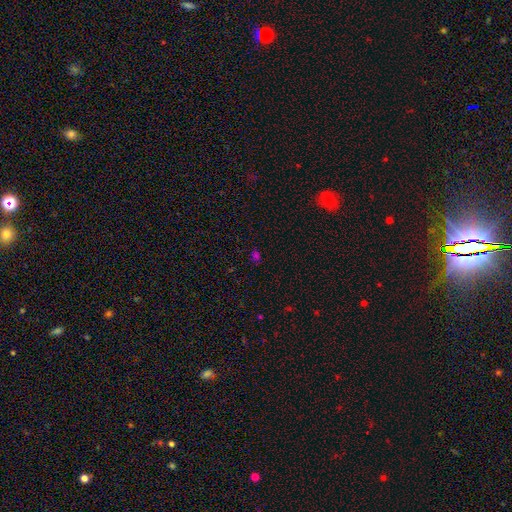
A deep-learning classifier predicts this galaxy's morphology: type=smooth (56%); roundness=in between (58%); merging=none (77%).